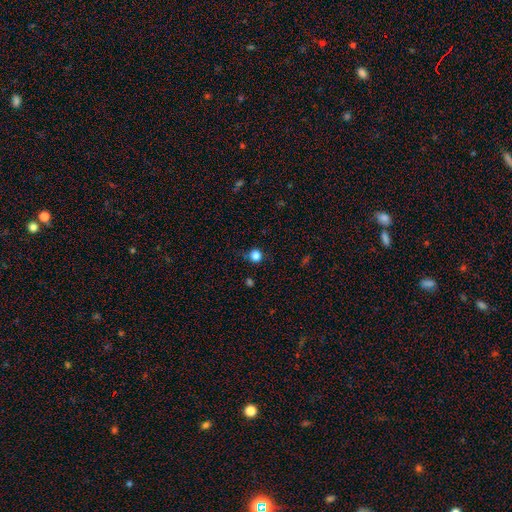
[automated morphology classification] Smooth or featured?
  - smooth: 83% *
  - star or artifact: 13%
  - featured or disk: 4%
How rounded?
  - round: 93% *
  - in between: 6%
  - cigar-shaped: 1%
Merging?
  - none: 83% *
  - minor disturbance: 12%
  - major disturbance: 3%
  - merger: 2%